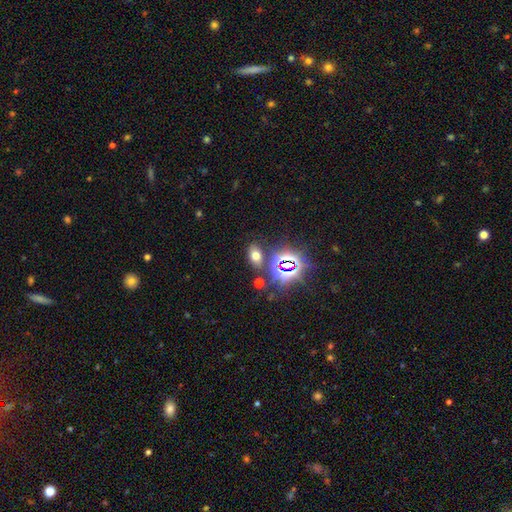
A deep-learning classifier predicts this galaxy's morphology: This is possibly a smooth galaxy (55%). How rounded: clearly in between (84%). Merging: clearly none (80%).